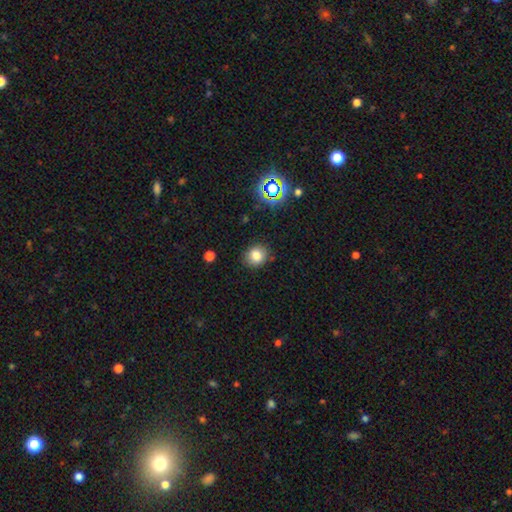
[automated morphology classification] A smooth galaxy with no disk features (80%) that is round (73%). Merging: none (86%).